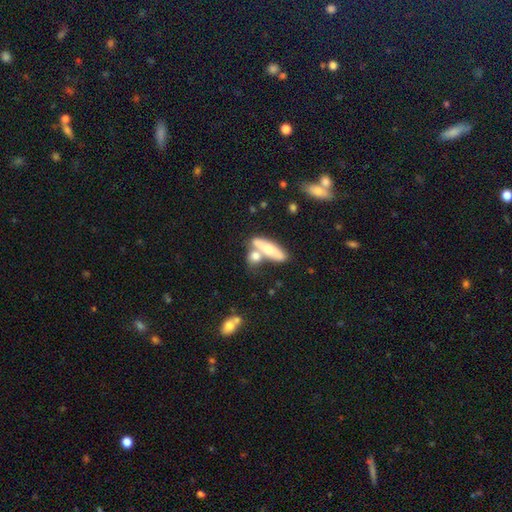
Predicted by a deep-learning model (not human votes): smooth 61%, featured or disk 32%, star or artifact 7%. Down the decision tree: how rounded — in between (47%); merging — merger (43%).